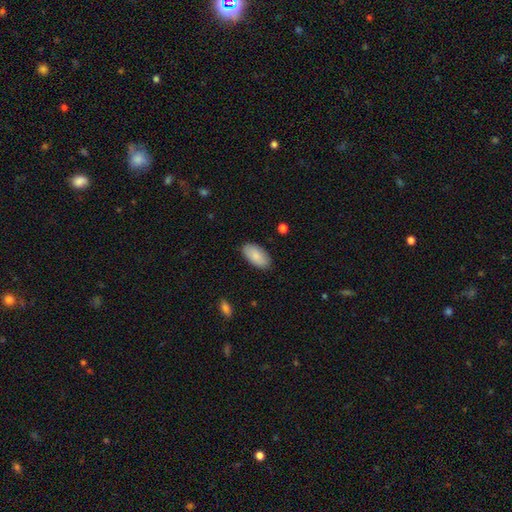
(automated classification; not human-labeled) Q: Smooth or featured?
A: smooth (86%); runner-up: featured or disk (8%)
Q: How rounded?
A: in between (95%); runner-up: cigar-shaped (2%)
Q: Merging?
A: none (87%); runner-up: minor disturbance (10%)